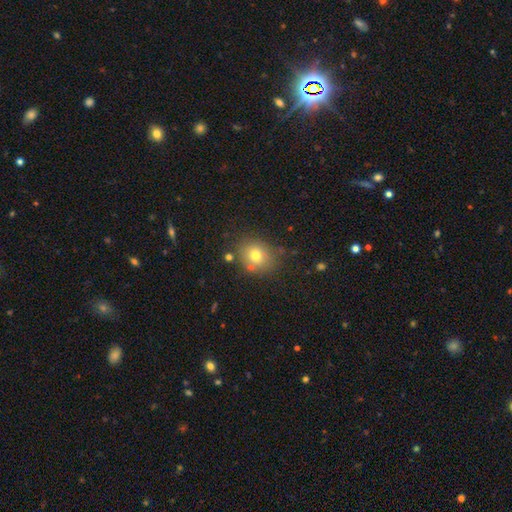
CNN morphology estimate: Smooth or featured? Predicted: smooth (p=0.73). How rounded? Predicted: round (p=0.67). Merging? Predicted: none (p=0.76).